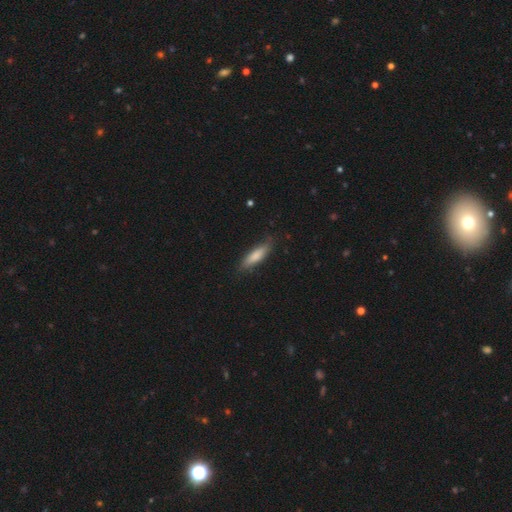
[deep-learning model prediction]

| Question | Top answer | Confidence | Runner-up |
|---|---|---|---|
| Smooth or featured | smooth | 80% | featured or disk (14%) |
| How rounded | cigar-shaped | 64% | in between (34%) |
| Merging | none | 80% | minor disturbance (16%) |